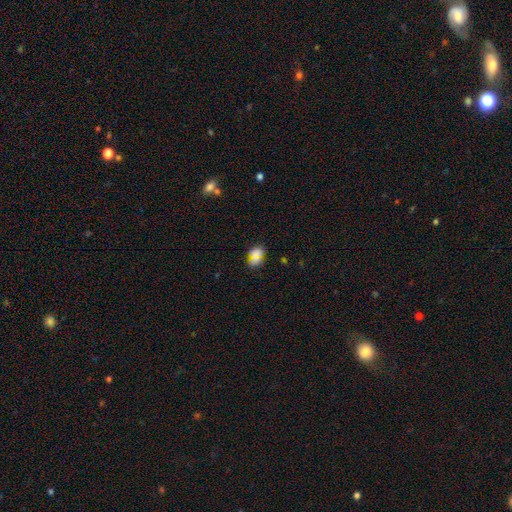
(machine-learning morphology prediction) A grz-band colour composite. It shows a smooth galaxy with no disk features (68%) that is in between round and cigar-shaped (66%). Merging: none (69%).